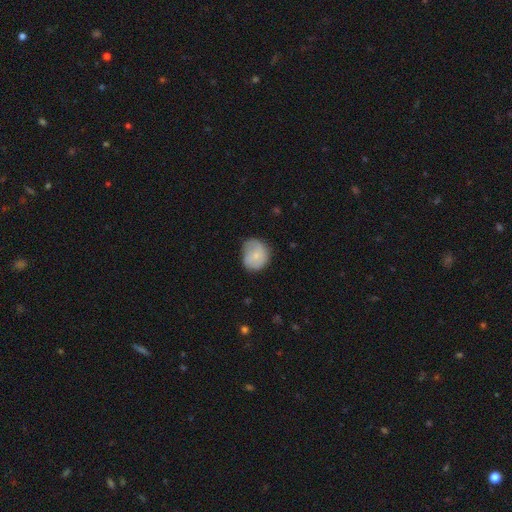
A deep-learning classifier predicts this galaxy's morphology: Smooth or featured? Predicted: smooth (p=0.70). How rounded? Predicted: round (p=0.69). Merging? Predicted: none (p=0.55).